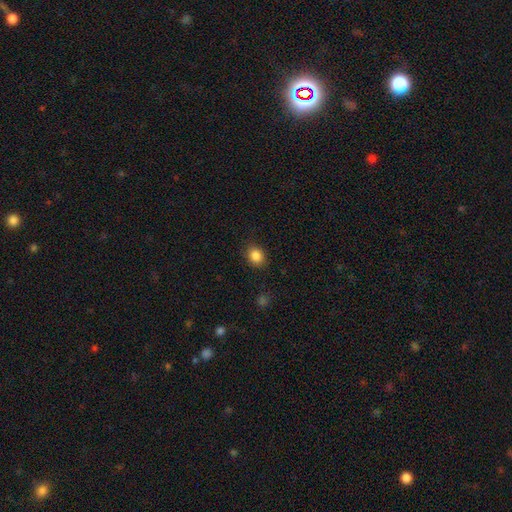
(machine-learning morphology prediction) smooth_or_featured: smooth (p=0.86) [alt: star or artifact p=0.10]
how_rounded: round (p=0.57) [alt: in between p=0.42]
merging: none (p=0.86) [alt: minor disturbance p=0.10]